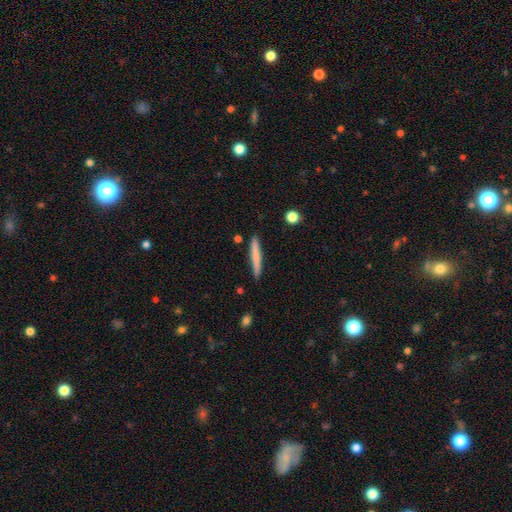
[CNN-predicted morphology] The model was most divided on "smooth or featured": smooth: 71%, featured or disk: 23%, star or artifact: 6%. More confident: how rounded — cigar-shaped (96%); merging — none (87%).